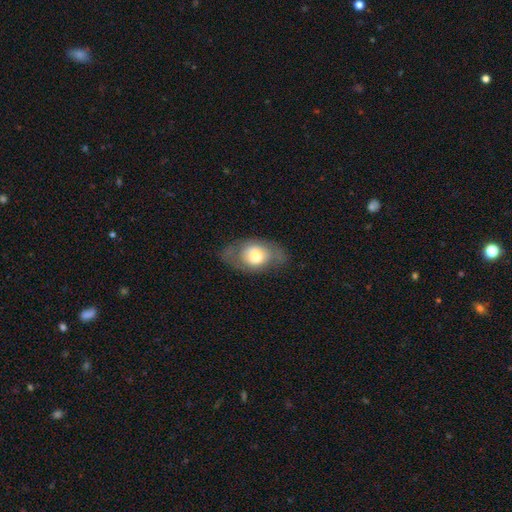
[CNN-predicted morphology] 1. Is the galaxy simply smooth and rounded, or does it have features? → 56% smooth, 36% featured or disk, 7% star or artifact.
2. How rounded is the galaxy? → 83% in between, 16% round, 2% cigar-shaped.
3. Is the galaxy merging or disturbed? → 62% none, 23% minor disturbance, 14% major disturbance, 1% merger.